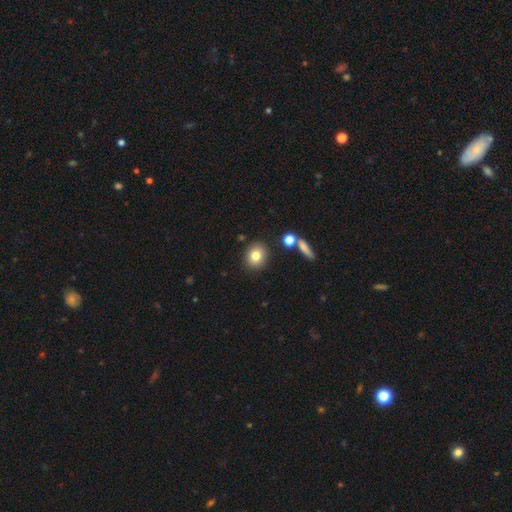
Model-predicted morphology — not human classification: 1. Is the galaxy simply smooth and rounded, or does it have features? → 79% smooth, 11% star or artifact, 10% featured or disk.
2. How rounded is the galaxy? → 75% round, 24% in between, 1% cigar-shaped.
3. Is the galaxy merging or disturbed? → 84% none, 8% minor disturbance, 5% merger, 2% major disturbance.